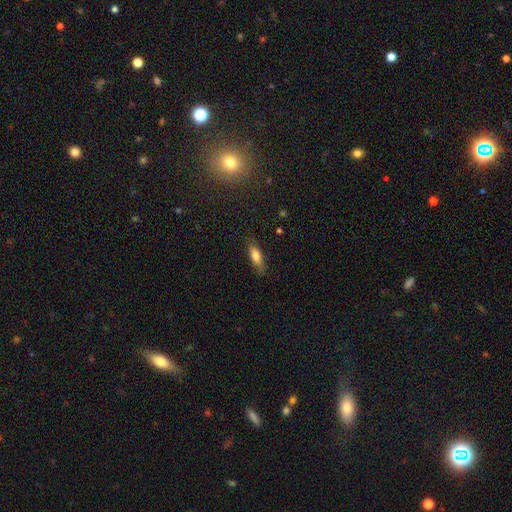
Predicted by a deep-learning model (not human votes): Q: Smooth or featured?
A: smooth (76%); runner-up: featured or disk (16%)
Q: How rounded?
A: in between (55%); runner-up: cigar-shaped (42%)
Q: Merging?
A: none (80%); runner-up: minor disturbance (15%)